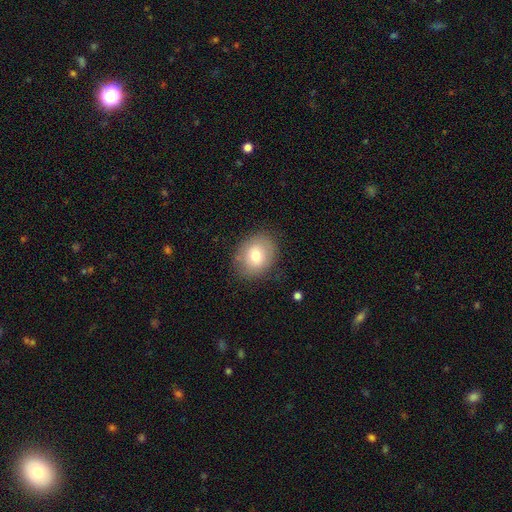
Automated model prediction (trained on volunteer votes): Overall: smooth (74%). How rounded: round (56%; in between 44%). Merging: none (82%).